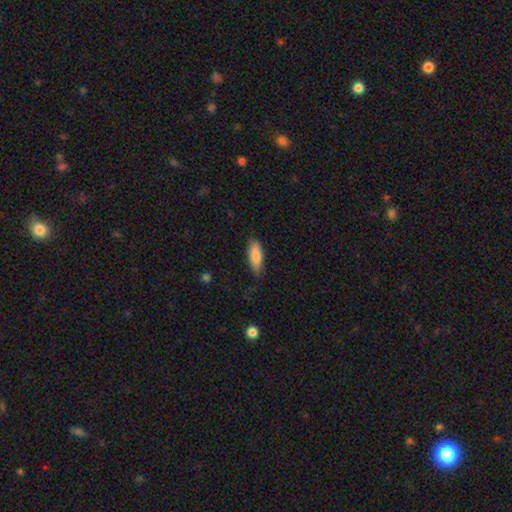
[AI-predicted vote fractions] Morphology: type=smooth (83%); roundness=in between (67%); merging=none (78%).